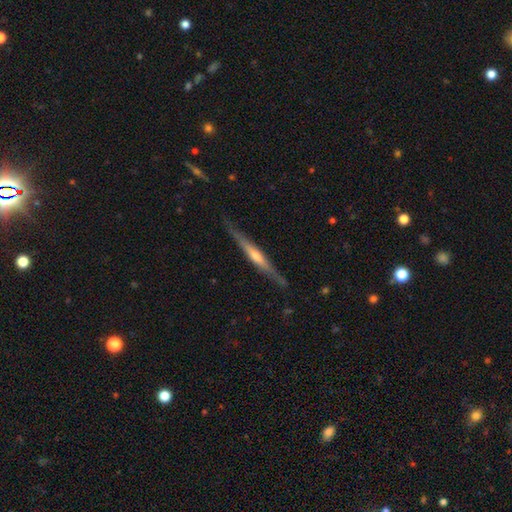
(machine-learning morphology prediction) Overall: featured or disk (72%). Edge-on disk: yes (97%). Edge-on bulge: rounded (67%). Merging: none (84%).